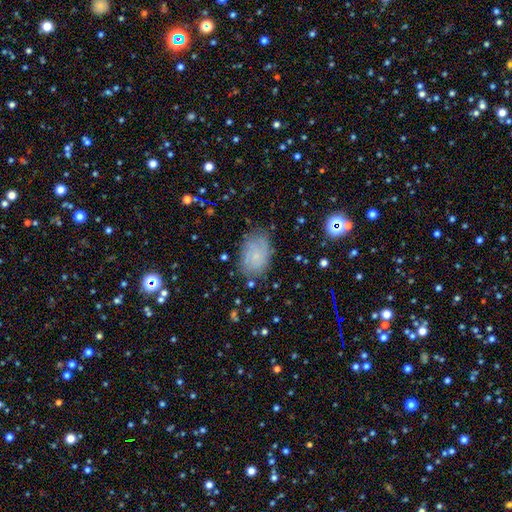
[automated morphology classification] The model was most divided on "smooth or featured": featured or disk: 48%, smooth: 39%, star or artifact: 13%. More confident: merging — none (74%).